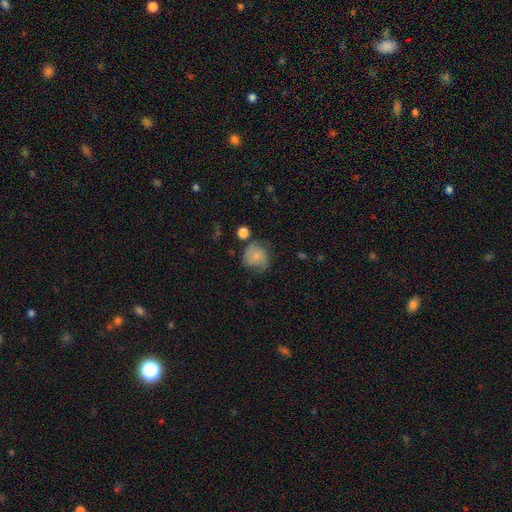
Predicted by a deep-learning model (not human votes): The model was most divided on "merging": none: 52%, minor disturbance: 29%, major disturbance: 13%, merger: 6%. More confident: how rounded — round (77%); smooth or featured — smooth (70%).